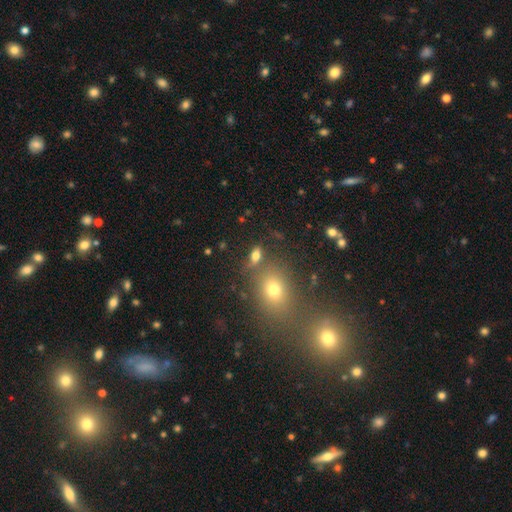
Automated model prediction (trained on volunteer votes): smooth_or_featured: smooth (p=0.70) [alt: star or artifact p=0.15]
how_rounded: in between (p=0.78) [alt: round p=0.14]
merging: none (p=0.68) [alt: minor disturbance p=0.13]